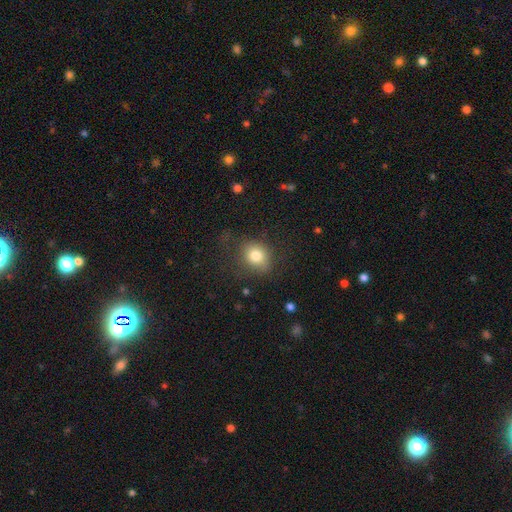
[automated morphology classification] A smooth galaxy with no disk features (80%) that is round (66%).

Vote fractions:
- Smooth or featured? smooth: 80% / star or artifact: 11% / featured or disk: 9%
- How rounded? round: 66% / in between: 33% / cigar-shaped: 1%
- Merging? none: 69% / minor disturbance: 19% / major disturbance: 11% / merger: 2%